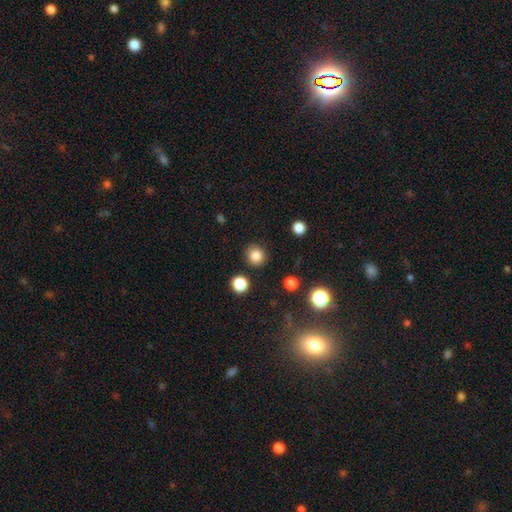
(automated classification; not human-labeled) Morphology: type=smooth (84%); roundness=round (91%); merging=none (88%).